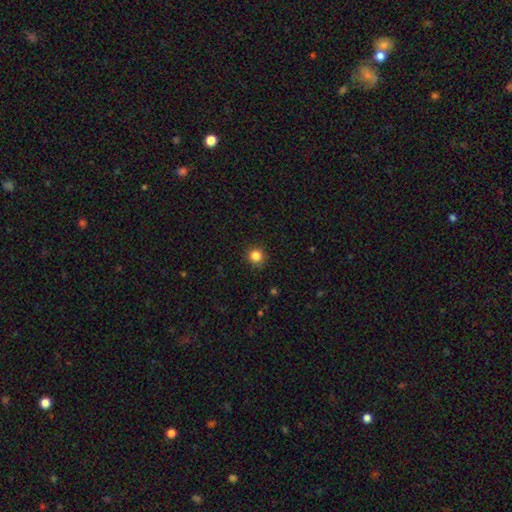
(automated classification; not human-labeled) A smooth galaxy with no disk features (84%) that is round (93%). Merging: none (89%).